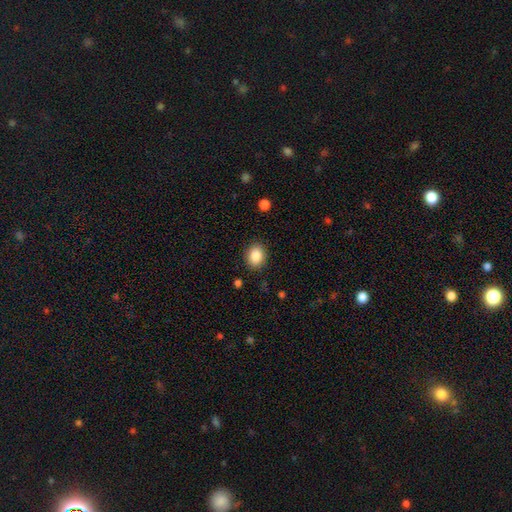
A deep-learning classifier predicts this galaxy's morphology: smooth 87%, star or artifact 9%, featured or disk 5%. Down the decision tree: how rounded — in between (51%); merging — none (88%).